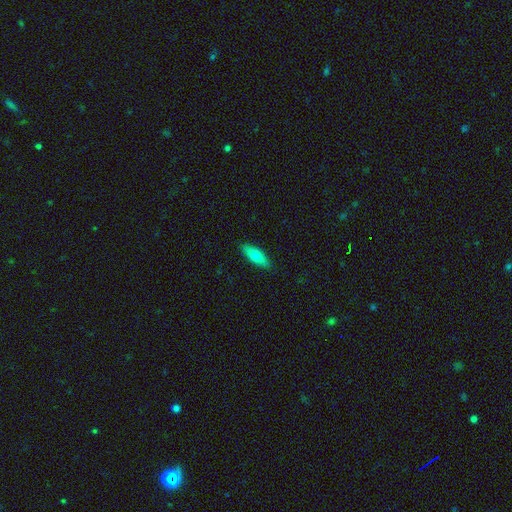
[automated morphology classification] smooth 72%, featured or disk 22%, star or artifact 6%. Down the decision tree: how rounded — in between (58%); merging — none (88%).